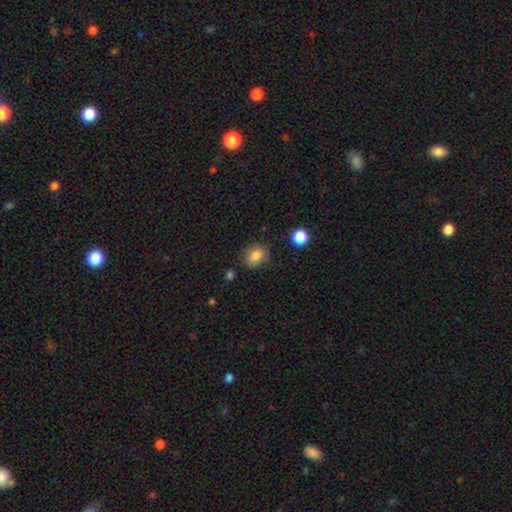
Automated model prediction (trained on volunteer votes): This is clearly a smooth galaxy (81%). How rounded: likely in between (63%). Merging: likely none (73%).